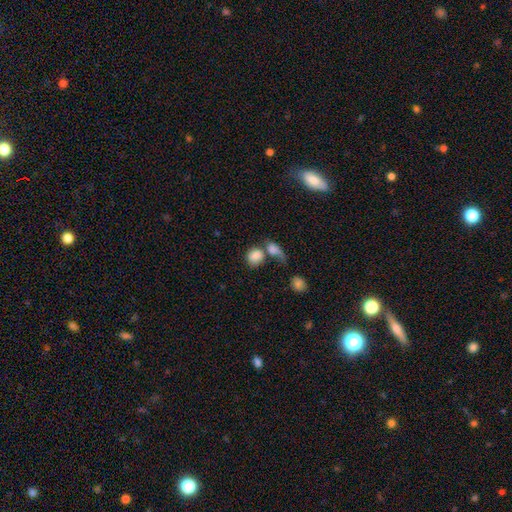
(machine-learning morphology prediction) A smooth galaxy with no disk features (83%) that is round (56%). Merging: merger (50%).